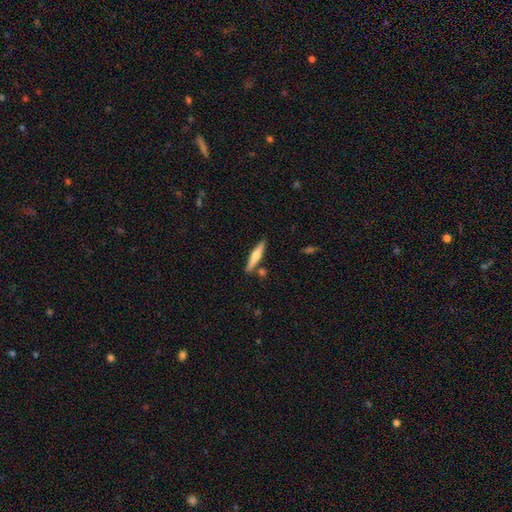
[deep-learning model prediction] Smooth or featured: smooth — 55% (featured or disk — 40%)
How rounded: cigar-shaped — 89% (in between — 9%)
Merging: none — 84% (minor disturbance — 9%)